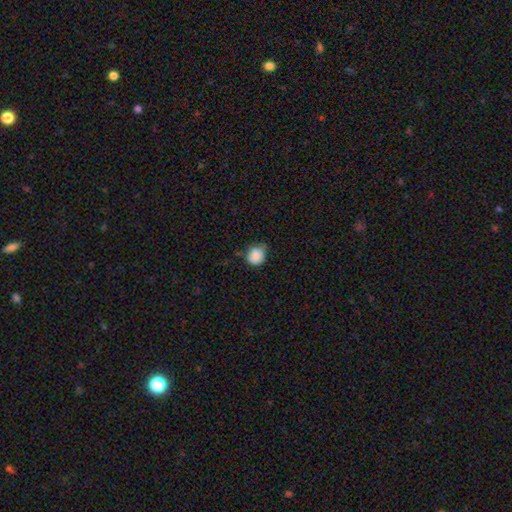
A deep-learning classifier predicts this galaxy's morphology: Smooth or featured: smooth — 87% (star or artifact — 9%)
How rounded: round — 77% (in between — 22%)
Merging: none — 60% (minor disturbance — 32%)